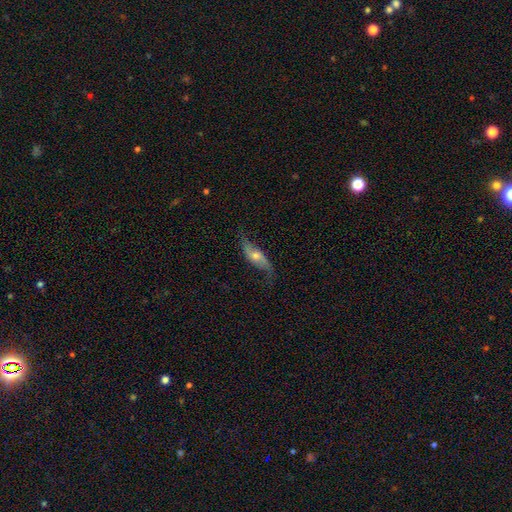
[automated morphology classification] Smooth or featured?
  - featured or disk: 74% *
  - smooth: 19%
  - star or artifact: 7%
Edge-on disk?
  - no: 79% *
  - yes: 21%
Bar?
  - no: 62% *
  - weak: 27%
  - strong: 11%
Spiral arms?
  - yes: 90% *
  - no: 10%
Spiral winding?
  - loose: 85% *
  - medium: 11%
  - tight: 4%
Spiral arm count?
  - 2: 91% *
  - can't tell: 3%
  - 1: 2%
  - 3: 1%
  - 4: 1%
  - more than 4: 1%
Bulge size?
  - moderate: 53% *
  - small: 39%
  - large: 4%
  - none: 3%
  - dominant: 1%
Merging?
  - none: 70% *
  - minor disturbance: 19%
  - major disturbance: 9%
  - merger: 2%